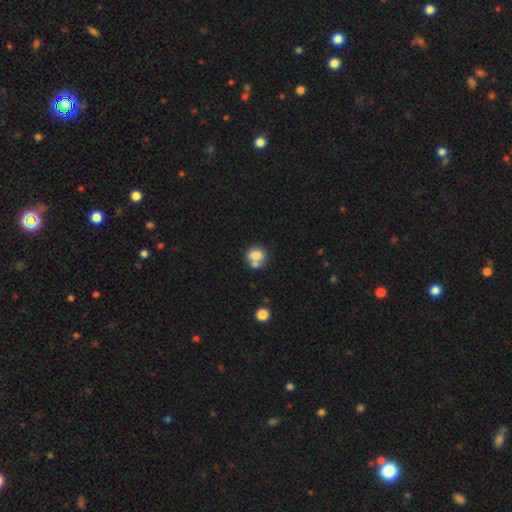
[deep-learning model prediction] Smooth or featured? smooth (76%)
How rounded? round (57%)
Merging? none (44%)